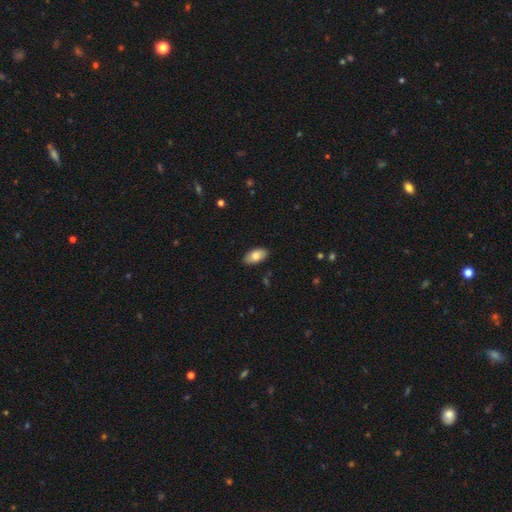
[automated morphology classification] Smooth or featured? Predicted: smooth (p=0.78). How rounded? Predicted: in between (p=0.94). Merging? Predicted: none (p=0.89).